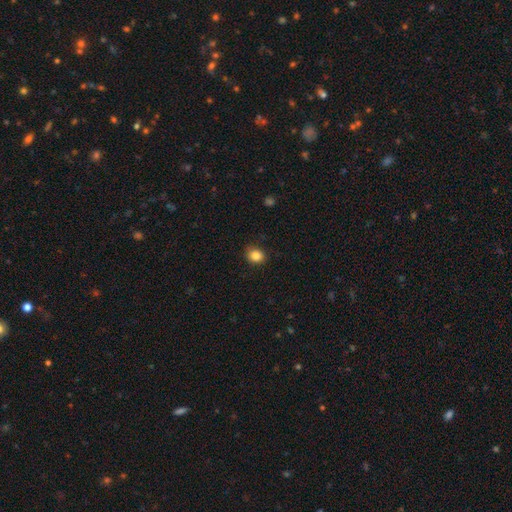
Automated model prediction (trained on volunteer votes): smooth-or-featured: smooth: 86% | star or artifact: 10% | featured or disk: 4%
  how-rounded: round: 69% | in between: 30% | cigar-shaped: 1%
  merging: none: 86% | minor disturbance: 10% | major disturbance: 2% | merger: 1%